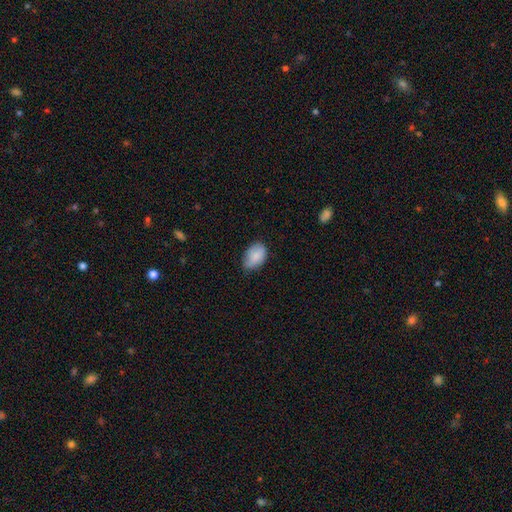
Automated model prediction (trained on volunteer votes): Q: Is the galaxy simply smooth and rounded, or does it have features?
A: smooth — 83%.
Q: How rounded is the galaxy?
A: in between — 85%.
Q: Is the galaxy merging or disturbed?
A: none — 60%.